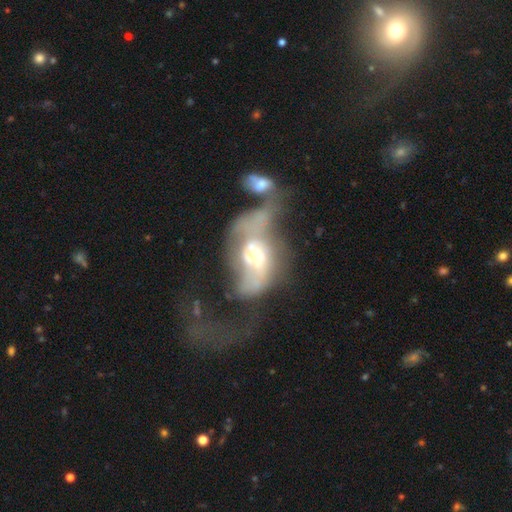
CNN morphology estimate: Smooth or featured: featured or disk — 65% (smooth — 25%)
Edge-on disk: no — 94% (yes — 6%)
Bar: no — 71% (weak — 22%)
Spiral arms: no — 54% (yes — 46%)
Bulge size: moderate — 56% (small — 30%)
Merging: merger — 50% (major disturbance — 36%)